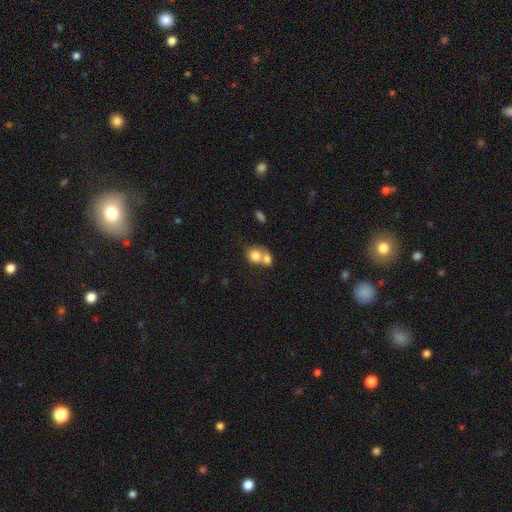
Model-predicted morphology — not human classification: Overall: smooth (77%). How rounded: round (65%; in between 34%). Merging: merger (64%; none 25%).